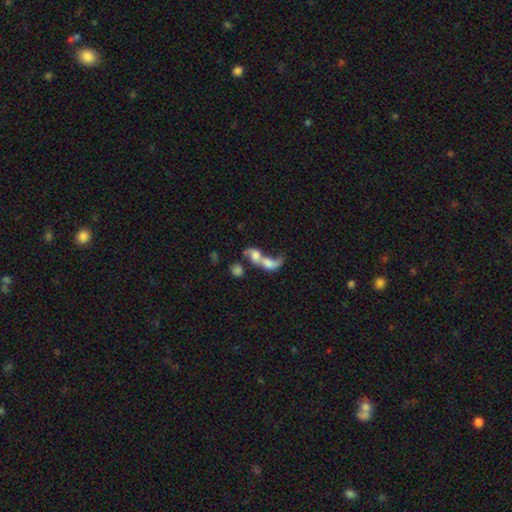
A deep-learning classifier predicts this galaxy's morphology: type=smooth (49%); merging=merger (77%).